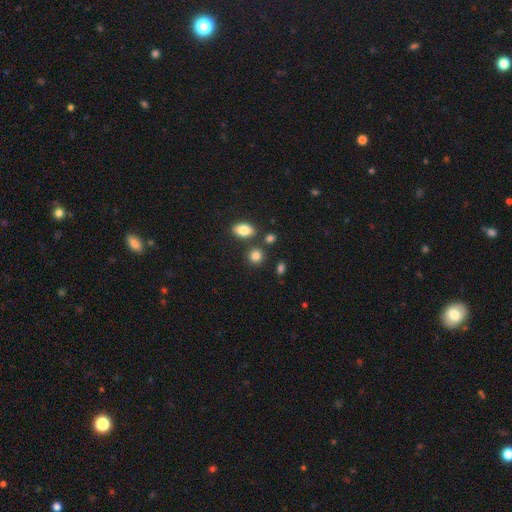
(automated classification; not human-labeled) Smooth or featured?
  - smooth: 83% *
  - star or artifact: 10%
  - featured or disk: 6%
How rounded?
  - round: 72% *
  - in between: 27%
  - cigar-shaped: 2%
Merging?
  - none: 77% *
  - merger: 10%
  - minor disturbance: 10%
  - major disturbance: 3%